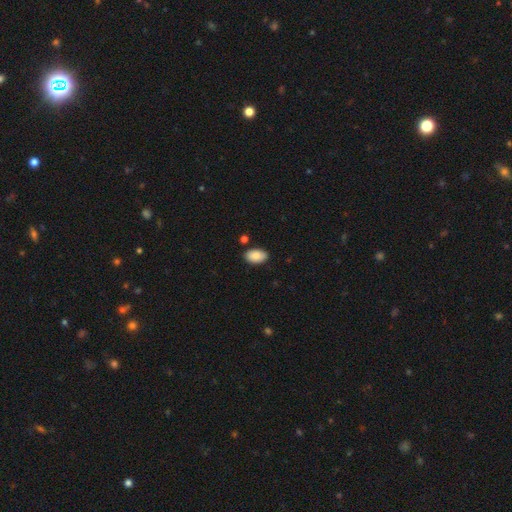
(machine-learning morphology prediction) Smooth or featured? Predicted: smooth (p=0.87). How rounded? Predicted: in between (p=0.92). Merging? Predicted: none (p=0.84).